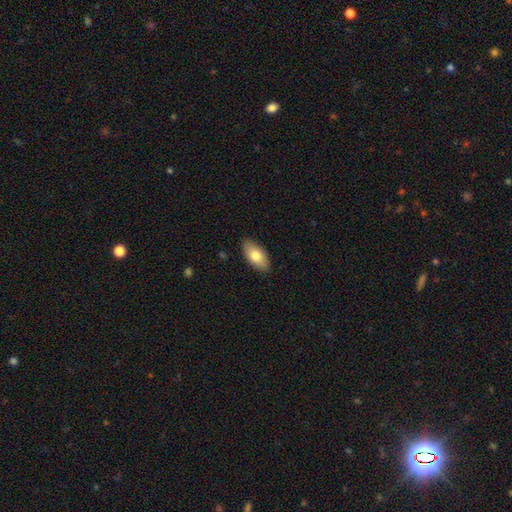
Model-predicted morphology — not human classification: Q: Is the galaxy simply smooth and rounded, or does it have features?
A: smooth — 77%.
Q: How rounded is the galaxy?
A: in between — 92%.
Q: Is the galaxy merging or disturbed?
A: none — 88%.